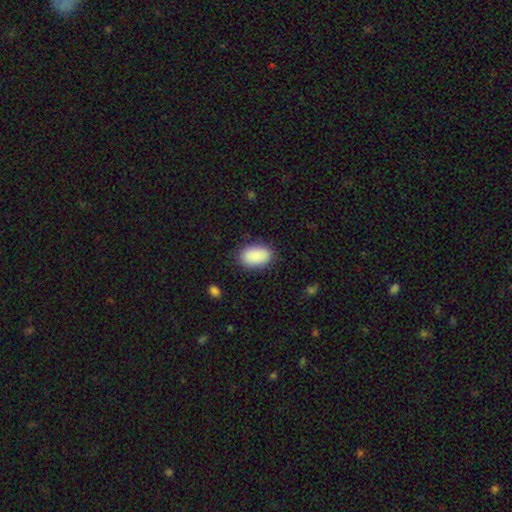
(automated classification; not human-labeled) Morphology: type=smooth (90%); roundness=in between (92%); merging=none (84%).